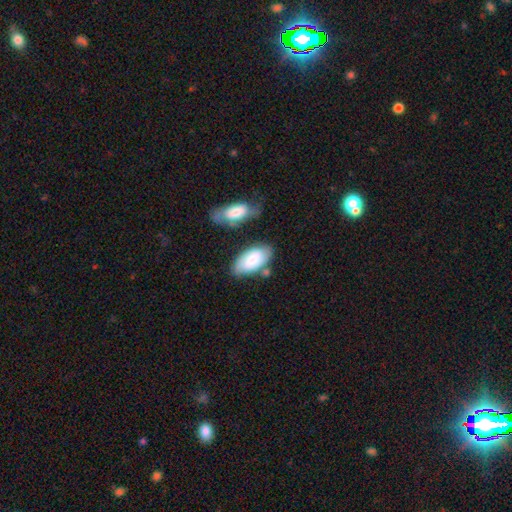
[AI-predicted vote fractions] A smooth galaxy with no disk features (71%) that is in between round and cigar-shaped (93%). Merging: none (62%).